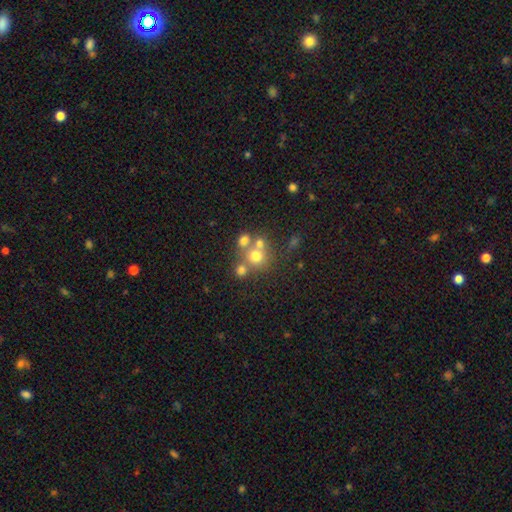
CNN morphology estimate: Q: Smooth or featured?
A: smooth (64%); runner-up: featured or disk (18%)
Q: How rounded?
A: round (86%); runner-up: in between (13%)
Q: Merging?
A: none (51%); runner-up: merger (36%)